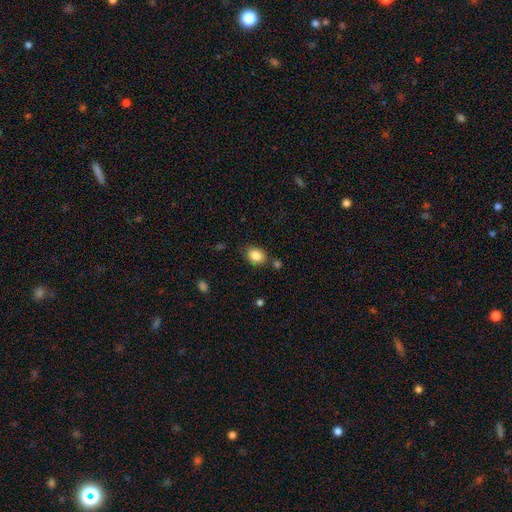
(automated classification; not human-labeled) Q: Smooth or featured?
A: smooth (86%); runner-up: star or artifact (8%)
Q: How rounded?
A: in between (75%); runner-up: round (24%)
Q: Merging?
A: none (75%); runner-up: minor disturbance (15%)